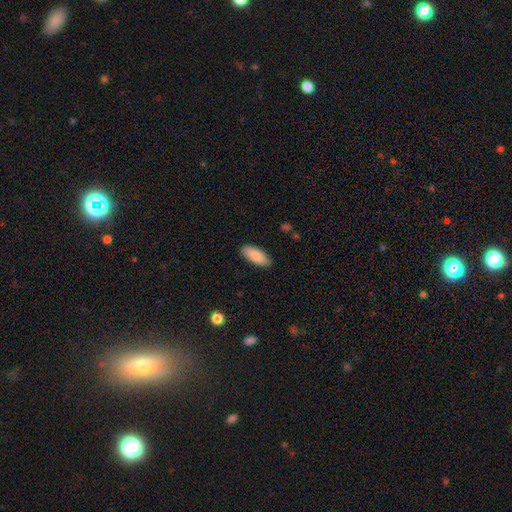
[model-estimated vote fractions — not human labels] Smooth or featured: smooth — 85% (featured or disk — 9%)
How rounded: in between — 82% (cigar-shaped — 17%)
Merging: none — 87% (minor disturbance — 10%)